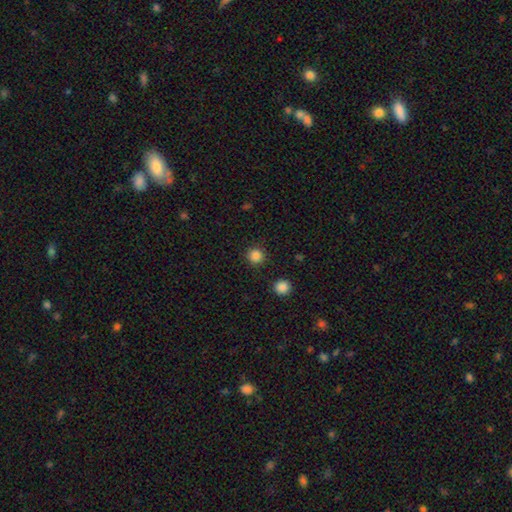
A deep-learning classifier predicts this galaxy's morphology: A smooth galaxy with no disk features (85%) that is round (94%). Merging: none (91%).